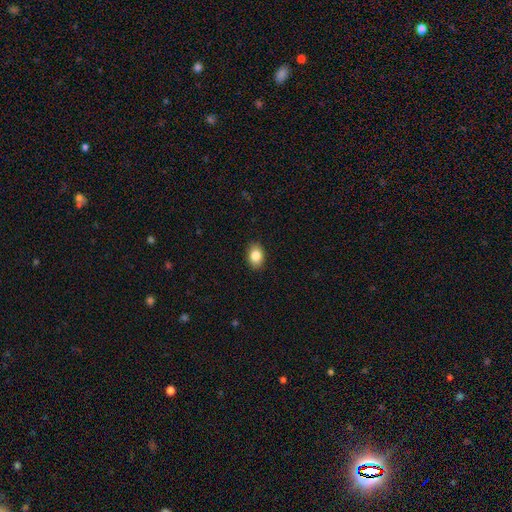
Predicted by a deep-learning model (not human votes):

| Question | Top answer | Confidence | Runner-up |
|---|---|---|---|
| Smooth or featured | smooth | 85% | star or artifact (8%) |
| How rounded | in between | 76% | round (23%) |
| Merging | none | 89% | minor disturbance (8%) |